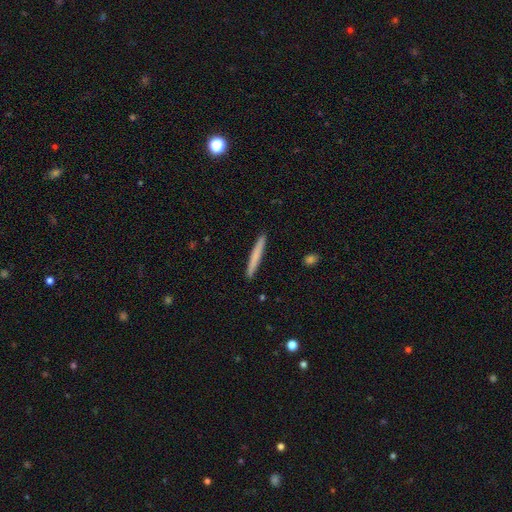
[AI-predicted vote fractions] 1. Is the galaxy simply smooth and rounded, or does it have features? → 72% smooth, 23% featured or disk, 5% star or artifact.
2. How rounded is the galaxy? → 97% cigar-shaped, 2% in between, 1% round.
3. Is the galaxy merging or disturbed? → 93% none, 5% minor disturbance, 1% major disturbance, 1% merger.